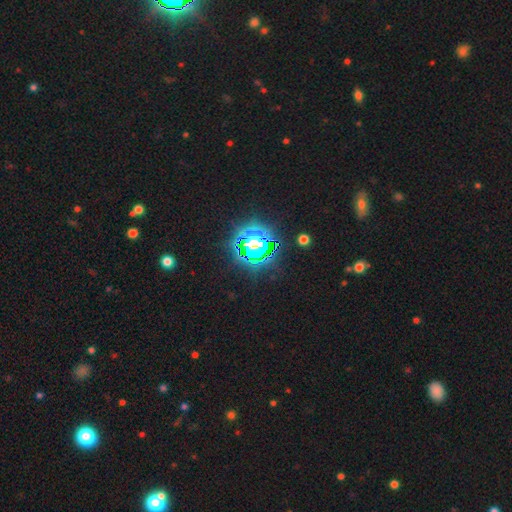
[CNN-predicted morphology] A star or artifact, not a galaxy (76%).

Vote fractions:
- Smooth or featured? star or artifact: 76% / smooth: 14% / featured or disk: 10%